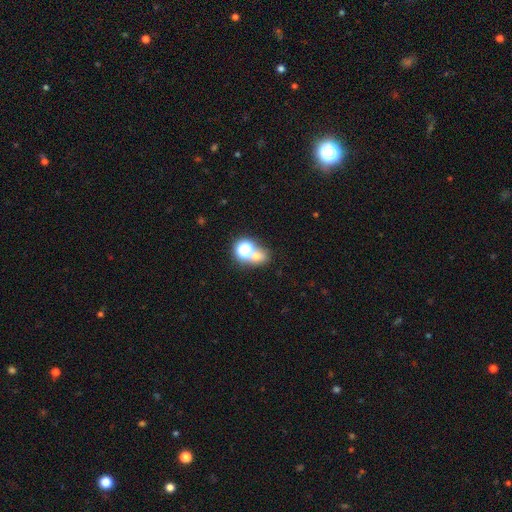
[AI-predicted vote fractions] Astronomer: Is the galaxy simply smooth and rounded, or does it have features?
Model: smooth — 55% (runner-up: star or artifact, 32%).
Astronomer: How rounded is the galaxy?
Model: round — 64%.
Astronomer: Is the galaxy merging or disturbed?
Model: none — 50% (runner-up: merger, 36%).